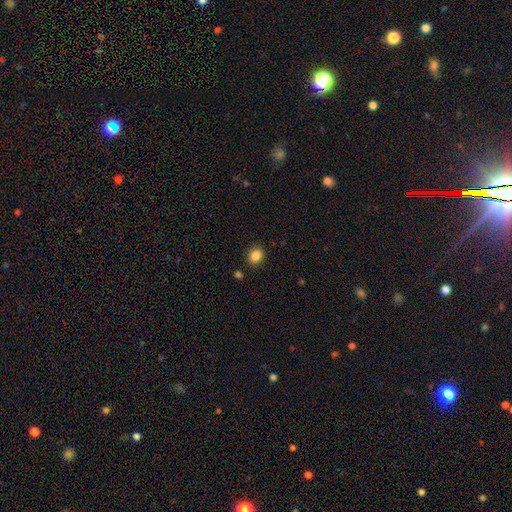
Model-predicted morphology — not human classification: smooth_or_featured: smooth (p=0.86) [alt: star or artifact p=0.10]
how_rounded: in between (p=0.60) [alt: round p=0.39]
merging: none (p=0.85) [alt: minor disturbance p=0.10]